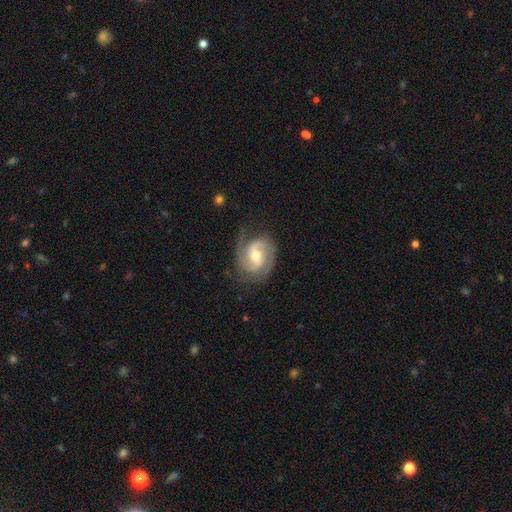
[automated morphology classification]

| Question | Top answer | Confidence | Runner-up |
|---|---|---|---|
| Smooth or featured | featured or disk | 87% | smooth (8%) |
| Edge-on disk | no | 98% | yes (2%) |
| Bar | weak | 47% | no (37%) |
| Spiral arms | yes | 97% | no (3%) |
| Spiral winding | medium | 51% | tight (32%) |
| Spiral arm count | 2 | 84% | 3 (6%) |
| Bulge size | moderate | 64% | small (31%) |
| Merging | none | 73% | minor disturbance (19%) |